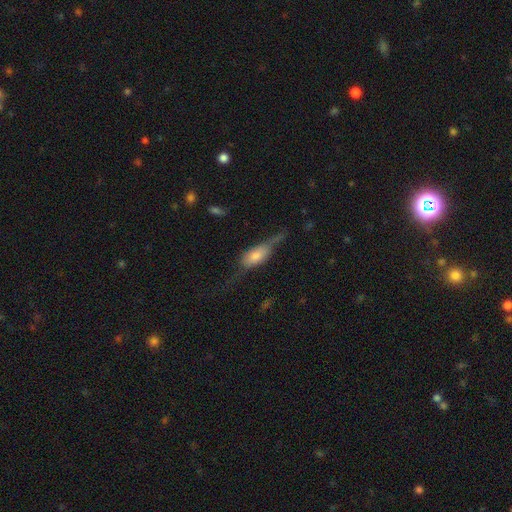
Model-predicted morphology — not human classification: This appears to be a featured or disk galaxy (50%) viewed edge-on (74%). Merging: none (39%).